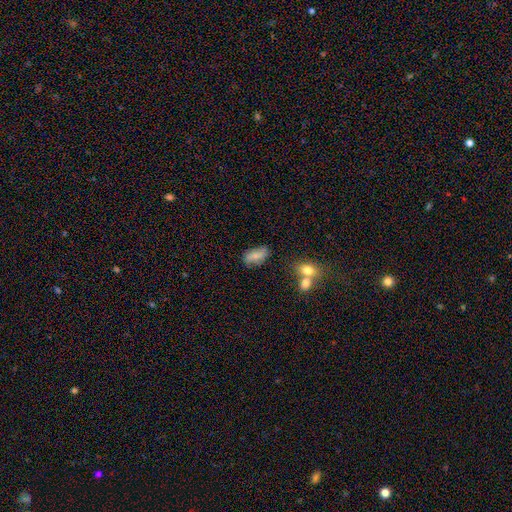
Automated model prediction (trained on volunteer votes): Smooth or featured: smooth — 69% (featured or disk — 22%)
How rounded: in between — 88% (cigar-shaped — 7%)
Merging: none — 68% (minor disturbance — 21%)